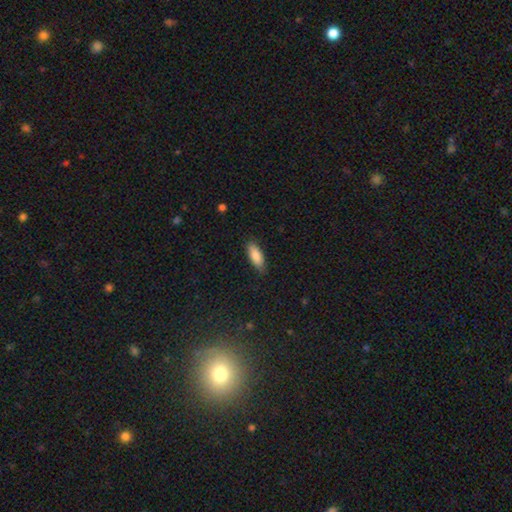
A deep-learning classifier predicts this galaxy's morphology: Smooth or featured?
  - smooth: 87% *
  - featured or disk: 7%
  - star or artifact: 6%
How rounded?
  - in between: 74% *
  - cigar-shaped: 24%
  - round: 2%
Merging?
  - none: 84% *
  - minor disturbance: 12%
  - major disturbance: 2%
  - merger: 1%